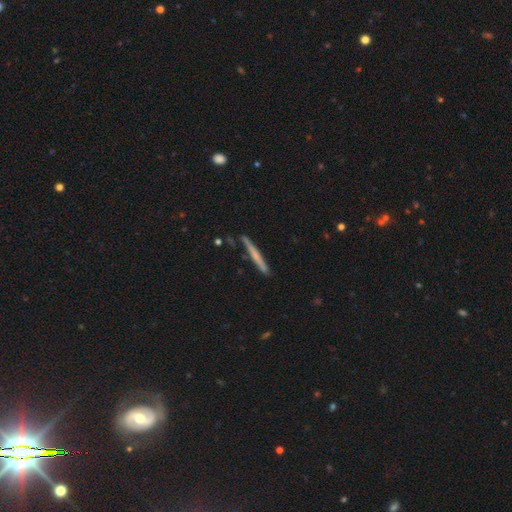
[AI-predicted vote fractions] Smooth or featured? smooth (53%)
How rounded? cigar-shaped (96%)
Merging? none (84%)